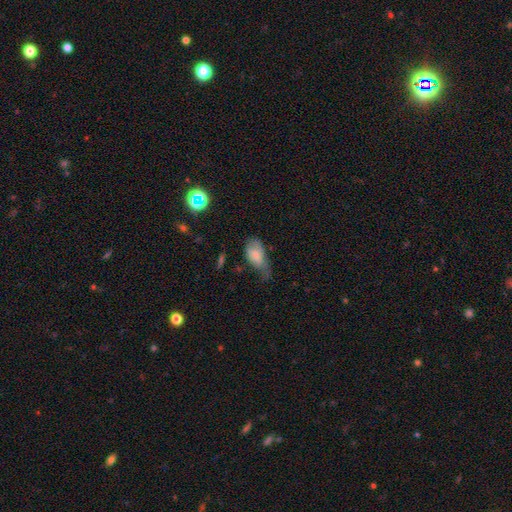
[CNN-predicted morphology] Q: Smooth or featured?
A: smooth (70%); runner-up: featured or disk (22%)
Q: How rounded?
A: in between (91%); runner-up: round (5%)
Q: Merging?
A: minor disturbance (42%); runner-up: major disturbance (31%)